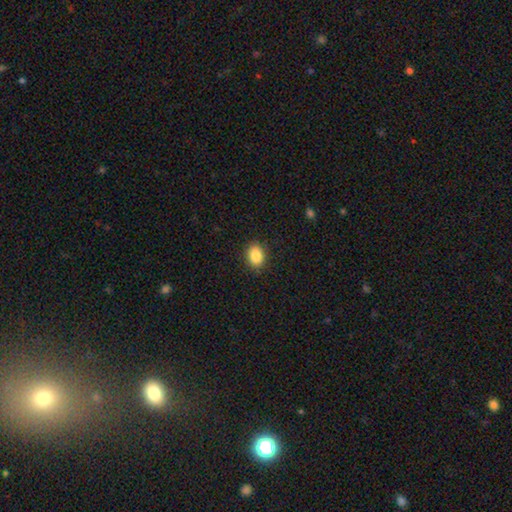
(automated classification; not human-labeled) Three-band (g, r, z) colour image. It shows a smooth galaxy with no disk features (87%) that is in between round and cigar-shaped (62%). Merging: none (89%).